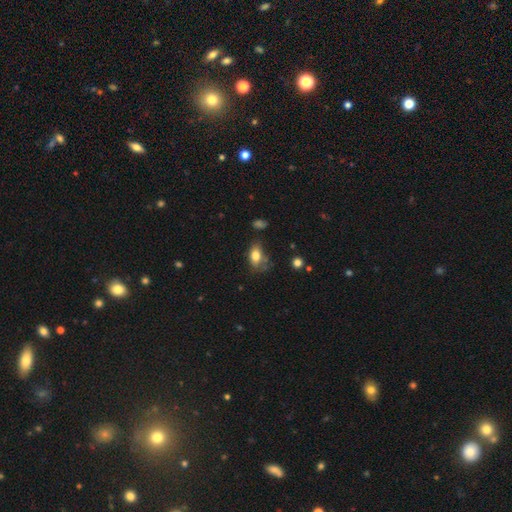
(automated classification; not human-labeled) smooth-or-featured: smooth: 79% | featured or disk: 12% | star or artifact: 9%
  how-rounded: in between: 86% | round: 11% | cigar-shaped: 3%
  merging: none: 50% | minor disturbance: 31% | major disturbance: 13% | merger: 5%